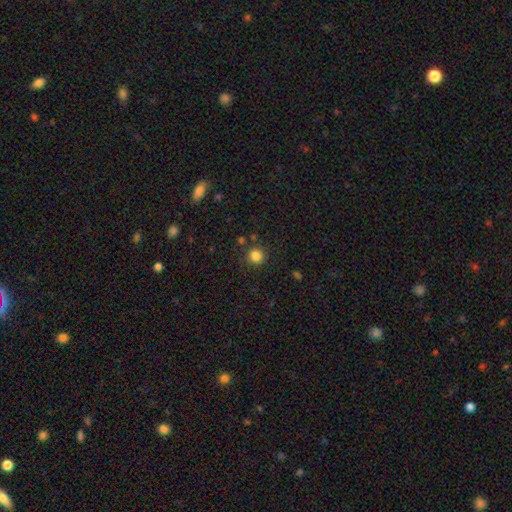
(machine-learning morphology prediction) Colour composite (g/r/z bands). It shows a smooth galaxy with no disk features (84%) that is round (90%). Merging: none (84%).